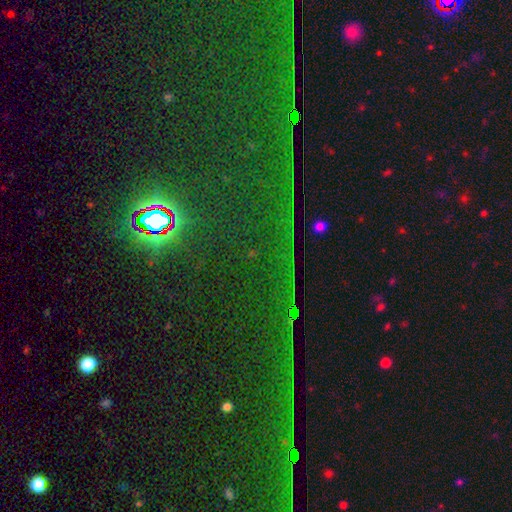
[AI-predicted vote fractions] The model was most divided on "smooth or featured": star or artifact: 86%, smooth: 8%, featured or disk: 7%.